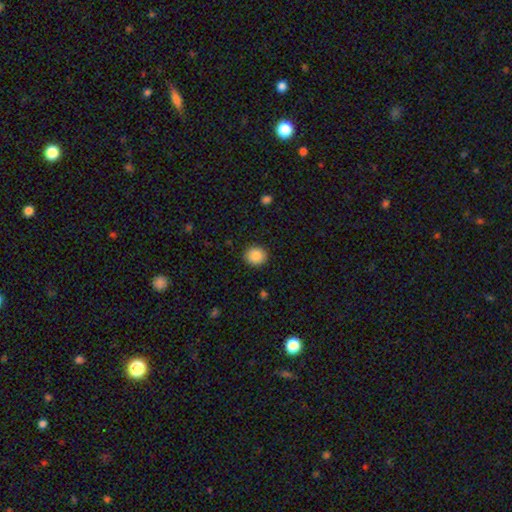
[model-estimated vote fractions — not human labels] The model was most divided on "how rounded": round: 83%, in between: 16%, cigar-shaped: 1%. More confident: merging — none (90%); smooth or featured — smooth (88%).